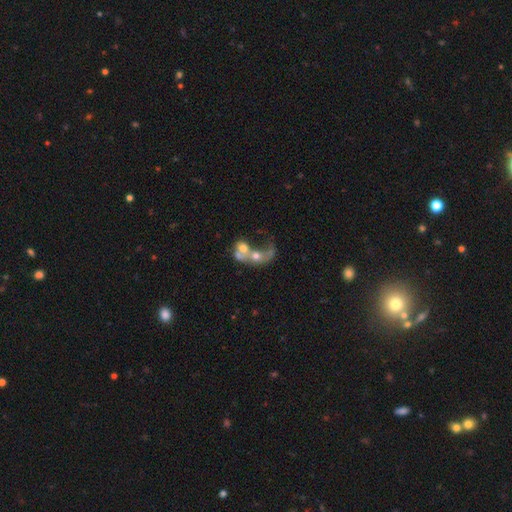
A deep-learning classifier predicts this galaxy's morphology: Smooth or featured: featured or disk — 48% (smooth — 41%)
Merging: merger — 70% (major disturbance — 16%)